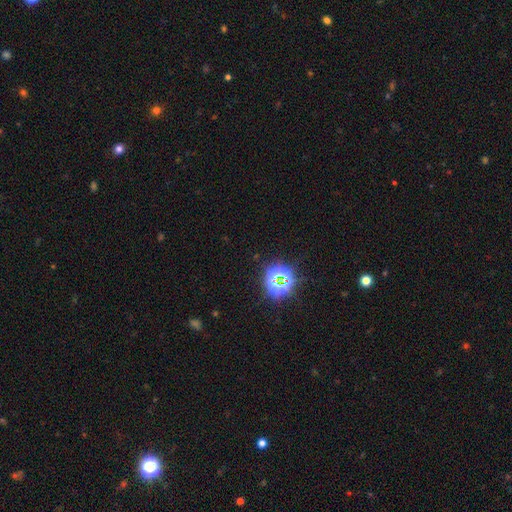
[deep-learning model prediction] The model was most divided on "smooth or featured": star or artifact: 77%, smooth: 15%, featured or disk: 8%.